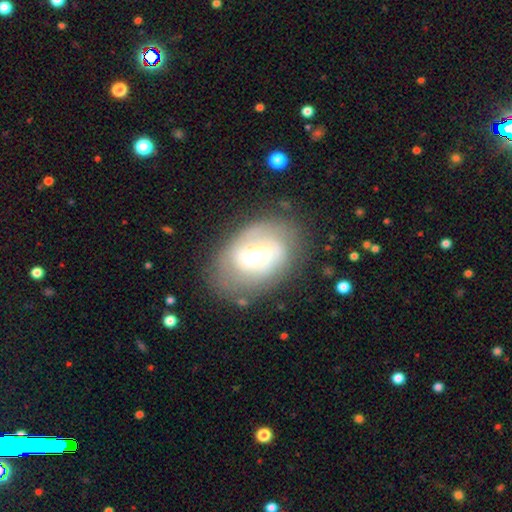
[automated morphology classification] smooth_or_featured: featured or disk (p=0.70) [alt: smooth p=0.23]
disk_edge_on: no (p=0.95) [alt: yes p=0.05]
bar: weak (p=0.52) [alt: strong p=0.25]
has_spiral_arms: yes (p=0.74) [alt: no p=0.26]
bulge_size: moderate (p=0.57) [alt: small p=0.30]
merging: none (p=0.69) [alt: minor disturbance p=0.19]